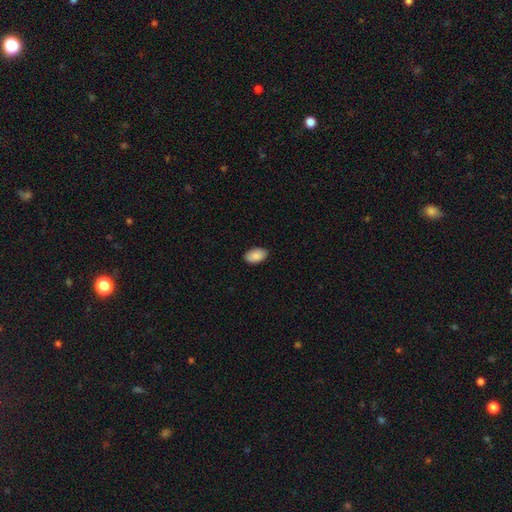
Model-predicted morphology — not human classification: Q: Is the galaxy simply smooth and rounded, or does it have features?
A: smooth — 89%.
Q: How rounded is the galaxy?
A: in between — 93%.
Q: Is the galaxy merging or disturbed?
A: none — 87%.